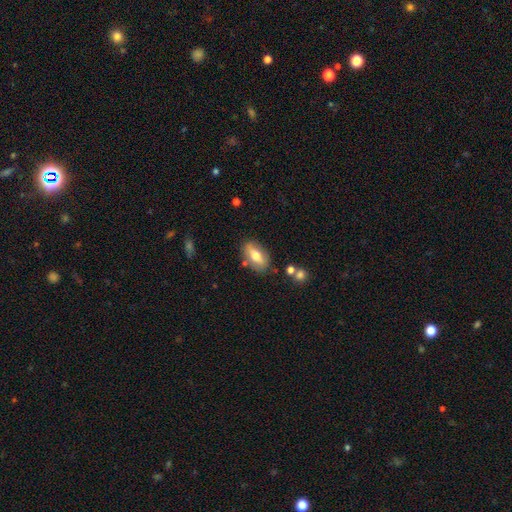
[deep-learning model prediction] The model was most divided on "smooth or featured": smooth: 60%, featured or disk: 33%, star or artifact: 7%. More confident: how rounded — in between (86%); merging — none (78%).